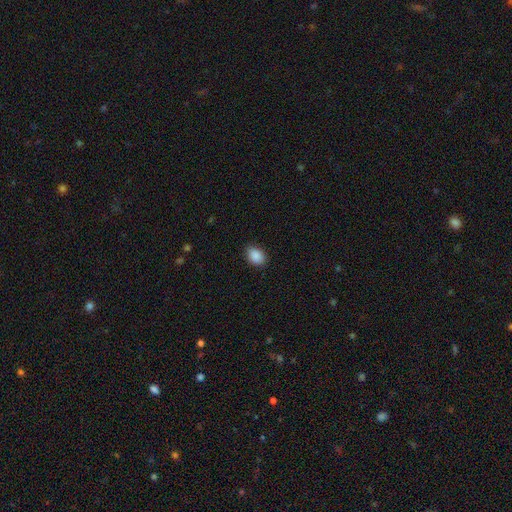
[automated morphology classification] smooth 89%, star or artifact 8%, featured or disk 3%. Down the decision tree: how rounded — in between (74%); merging — none (86%).